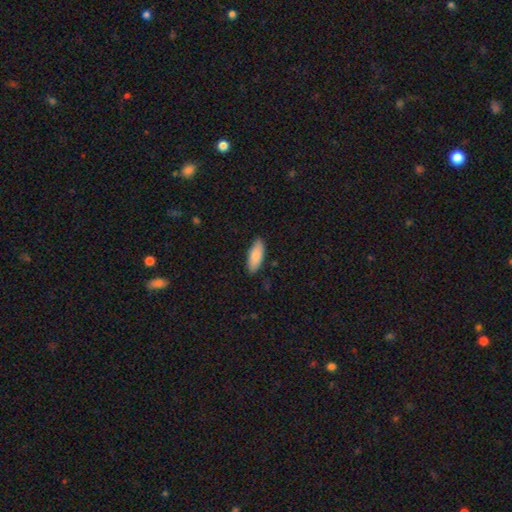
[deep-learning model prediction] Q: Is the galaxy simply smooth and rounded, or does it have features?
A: smooth — 87%.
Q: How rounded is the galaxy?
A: in between — 75%.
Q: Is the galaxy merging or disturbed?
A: none — 87%.